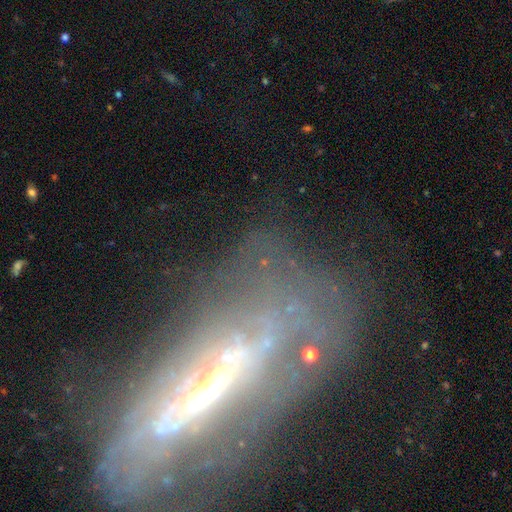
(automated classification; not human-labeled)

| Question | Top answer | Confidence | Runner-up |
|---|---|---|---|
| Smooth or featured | featured or disk | 74% | smooth (15%) |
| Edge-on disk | no | 65% | yes (35%) |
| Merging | none | 47% | major disturbance (27%) |